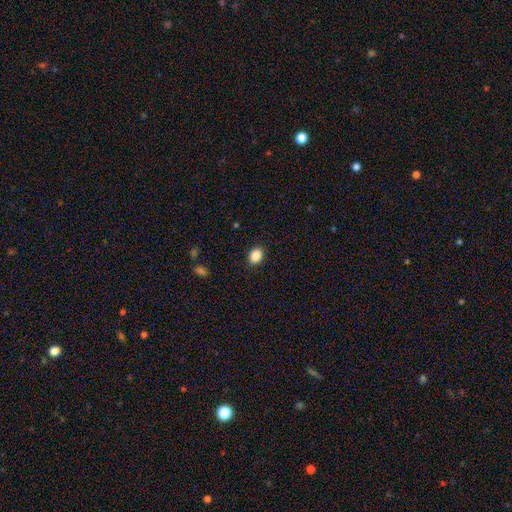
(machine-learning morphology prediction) The model was most divided on "how rounded": in between: 59%, round: 40%, cigar-shaped: 1%. More confident: merging — none (90%); smooth or featured — smooth (88%).